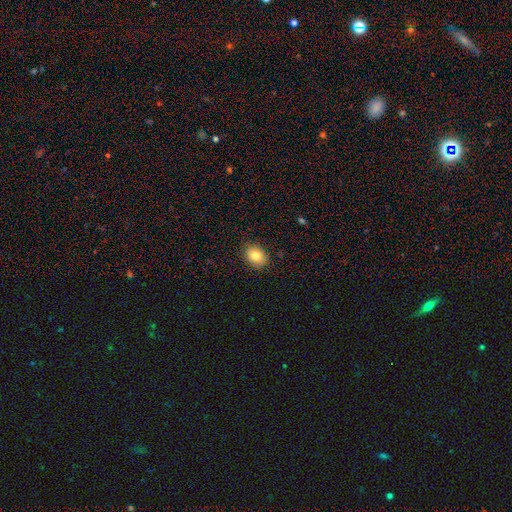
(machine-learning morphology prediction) Q: Smooth or featured?
A: smooth (82%); runner-up: star or artifact (9%)
Q: How rounded?
A: in between (56%); runner-up: round (43%)
Q: Merging?
A: none (87%); runner-up: minor disturbance (10%)